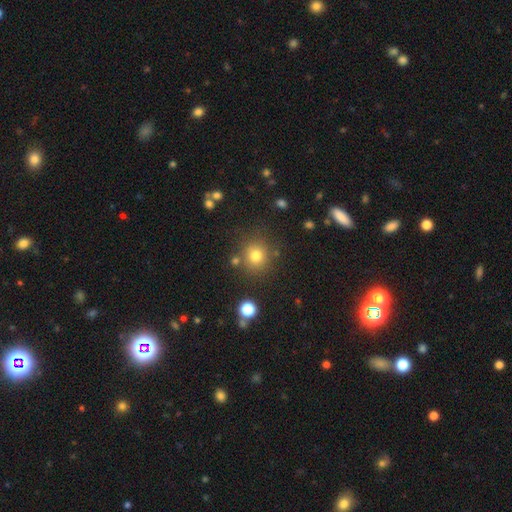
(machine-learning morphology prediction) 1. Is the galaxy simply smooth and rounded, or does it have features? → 78% smooth, 15% star or artifact, 8% featured or disk.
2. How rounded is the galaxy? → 90% round, 9% in between, 1% cigar-shaped.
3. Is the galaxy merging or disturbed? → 81% none, 9% minor disturbance, 6% merger, 4% major disturbance.